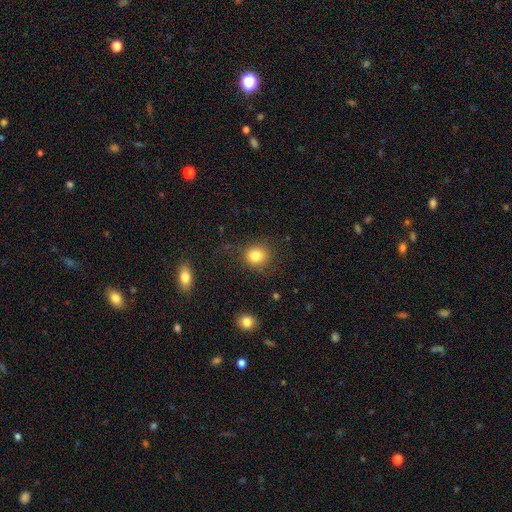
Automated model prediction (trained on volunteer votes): A smooth galaxy with no disk features (83%) that is round (80%). Merging: none (81%).